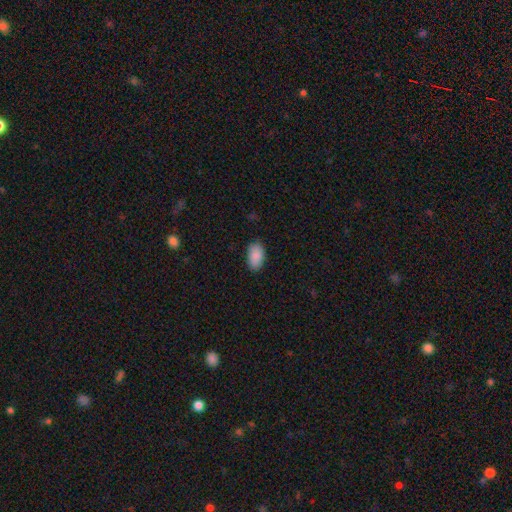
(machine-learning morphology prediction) Overall: smooth (90%). How rounded: in between (94%). Merging: none (85%).